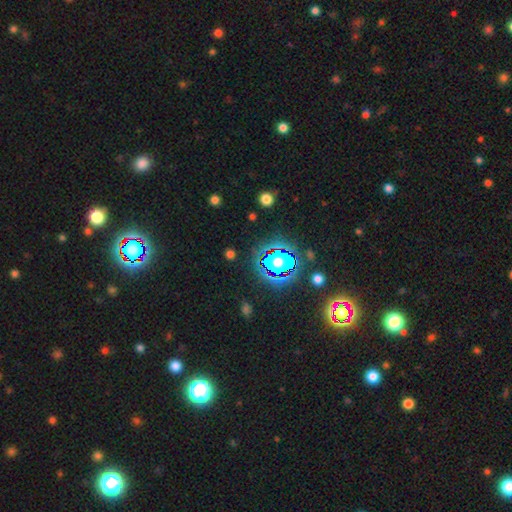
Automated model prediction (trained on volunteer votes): A star or artifact, not a galaxy (82%).